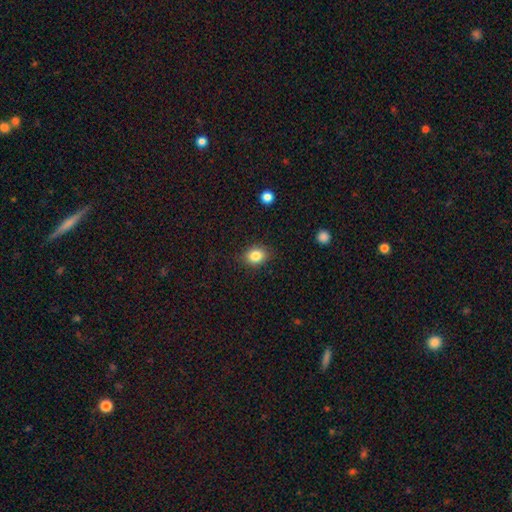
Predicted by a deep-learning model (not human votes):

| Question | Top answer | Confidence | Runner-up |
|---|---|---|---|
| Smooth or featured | smooth | 84% | star or artifact (10%) |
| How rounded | round | 50% | in between (49%) |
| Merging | none | 86% | minor disturbance (10%) |